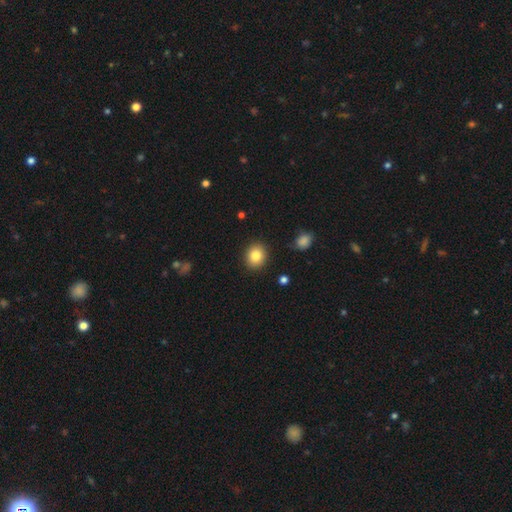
A smooth galaxy with no disk features (89%) that is round (76%).

Vote fractions:
- Smooth or featured? smooth: 89% / featured or disk: 5% / star or artifact: 5%
- How rounded? round: 76% / in between: 24% / cigar-shaped: 0%
- Merging? none: 94% / minor disturbance: 6% / major disturbance: 0% / merger: 0%